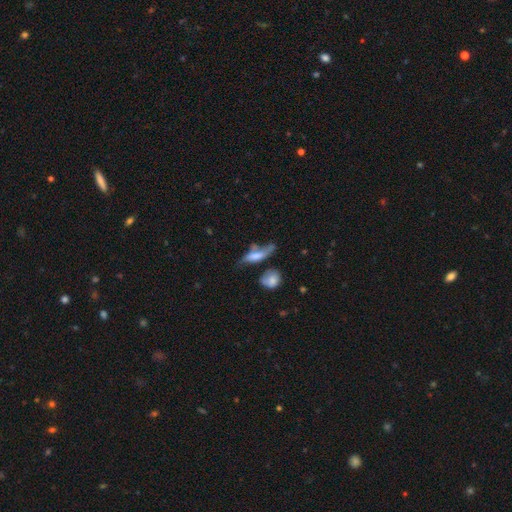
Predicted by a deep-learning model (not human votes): smooth-or-featured: smooth: 49% | featured or disk: 42% | star or artifact: 9%
  merging: none: 36% | minor disturbance: 26% | major disturbance: 23% | merger: 14%